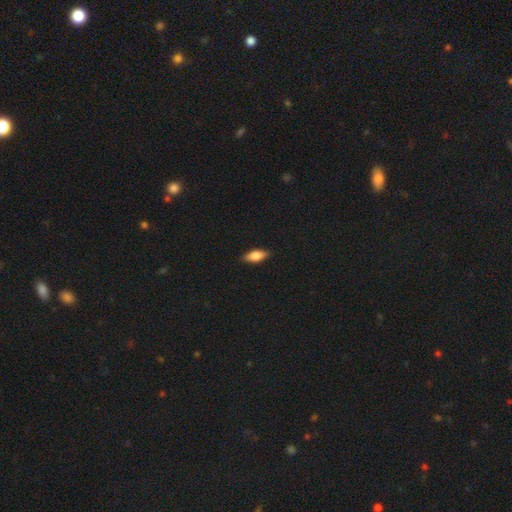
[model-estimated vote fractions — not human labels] Overall: smooth (74%). How rounded: in between (77%). Merging: none (87%).